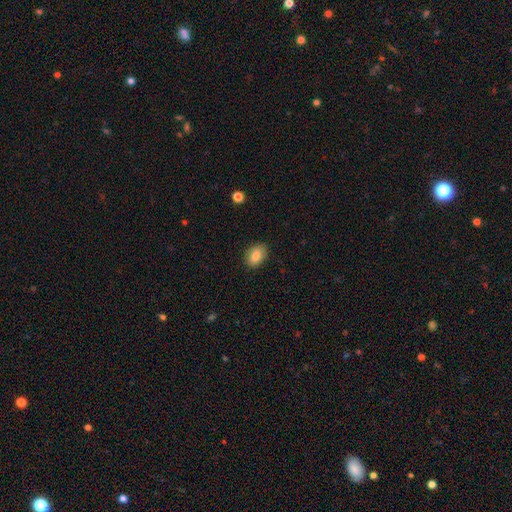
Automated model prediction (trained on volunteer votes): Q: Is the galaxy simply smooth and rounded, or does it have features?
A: smooth — 81%.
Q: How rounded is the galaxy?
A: in between — 79%.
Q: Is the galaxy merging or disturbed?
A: none — 87%.